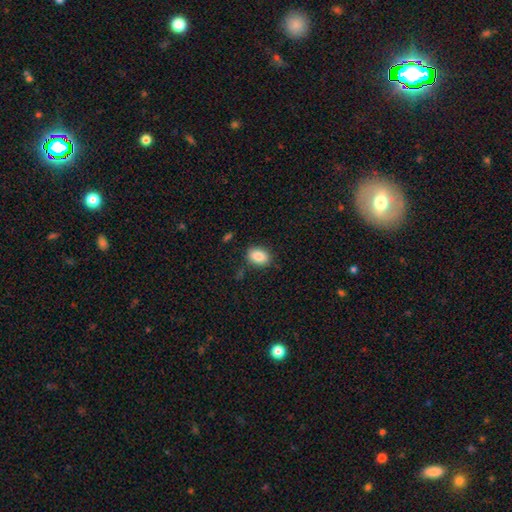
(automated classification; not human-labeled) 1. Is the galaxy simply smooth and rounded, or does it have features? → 87% smooth, 8% star or artifact, 5% featured or disk.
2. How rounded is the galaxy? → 82% in between, 16% round, 1% cigar-shaped.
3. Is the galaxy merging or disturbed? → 82% none, 13% minor disturbance, 3% major disturbance, 2% merger.